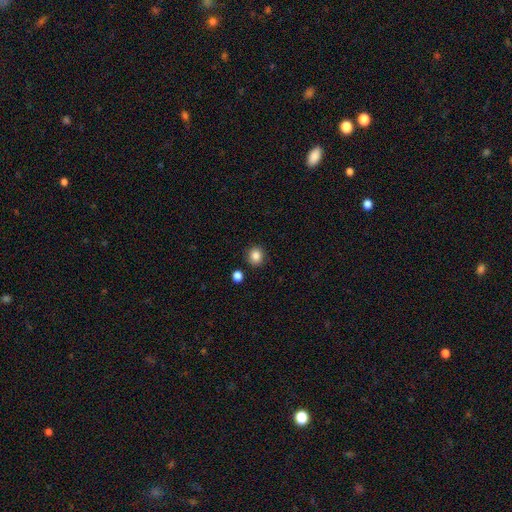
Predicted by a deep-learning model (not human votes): A smooth galaxy with no disk features (85%) that is round (85%). Merging: none (88%).